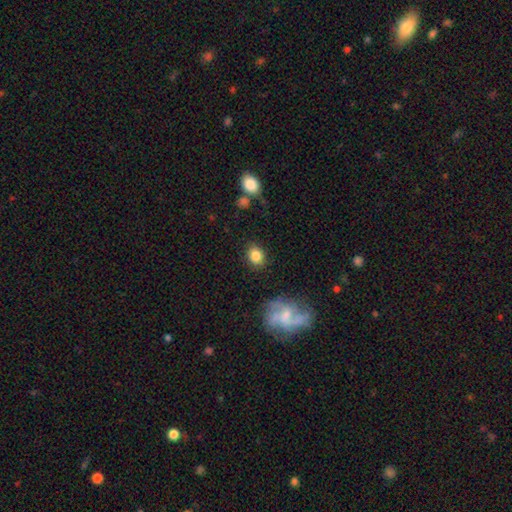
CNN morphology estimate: Smooth or featured?
  - smooth: 84% *
  - star or artifact: 9%
  - featured or disk: 7%
How rounded?
  - round: 60% *
  - in between: 39%
  - cigar-shaped: 1%
Merging?
  - none: 84% *
  - minor disturbance: 11%
  - major disturbance: 3%
  - merger: 2%